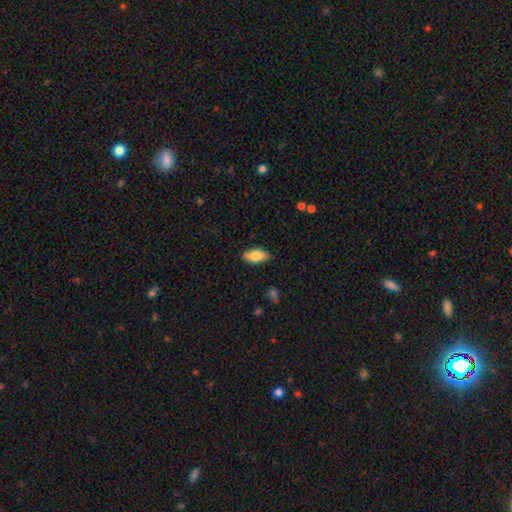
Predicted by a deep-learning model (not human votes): Smooth or featured?
  - smooth: 79% *
  - featured or disk: 15%
  - star or artifact: 6%
How rounded?
  - in between: 86% *
  - cigar-shaped: 11%
  - round: 3%
Merging?
  - none: 87% *
  - minor disturbance: 9%
  - major disturbance: 2%
  - merger: 1%